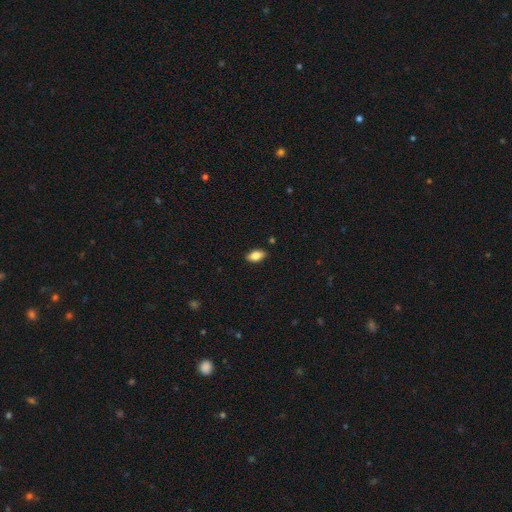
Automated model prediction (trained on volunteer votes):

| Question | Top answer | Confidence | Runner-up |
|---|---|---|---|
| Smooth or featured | smooth | 81% | featured or disk (12%) |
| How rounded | in between | 90% | cigar-shaped (6%) |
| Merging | none | 88% | minor disturbance (9%) |